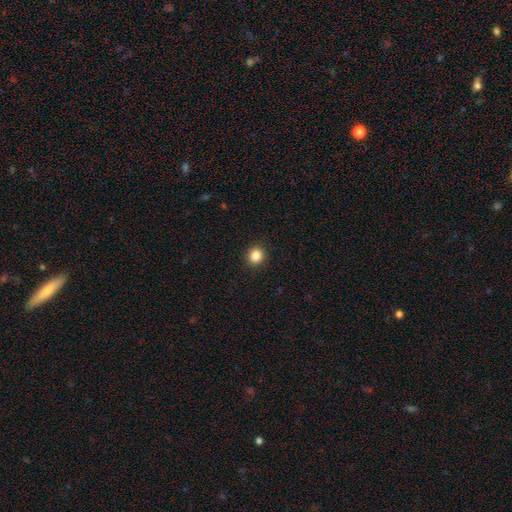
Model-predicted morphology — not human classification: A smooth galaxy with no disk features (85%) that is round (87%). Merging: none (91%).